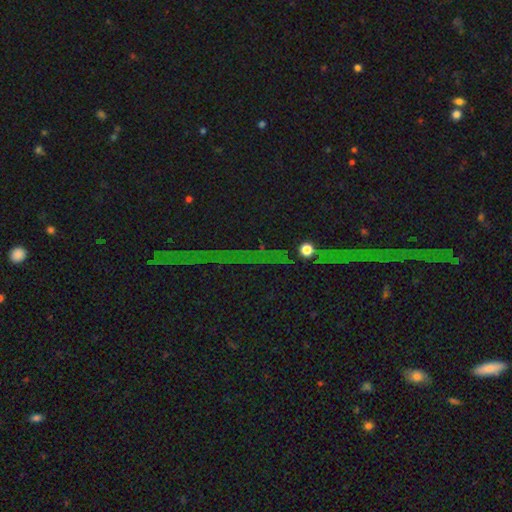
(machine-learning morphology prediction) Overall: star or artifact (83%).